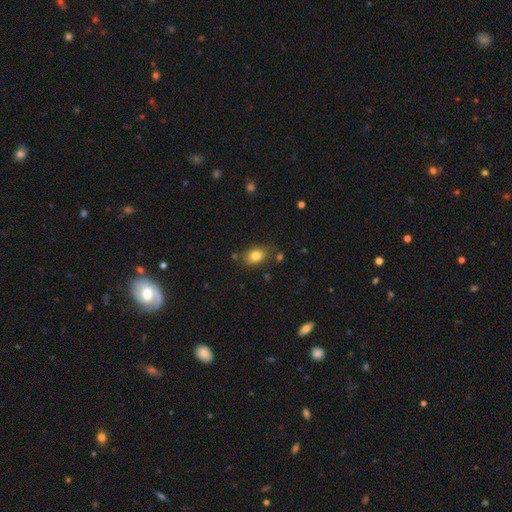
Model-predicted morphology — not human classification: type=smooth (80%); roundness=in between (76%); merging=none (75%).